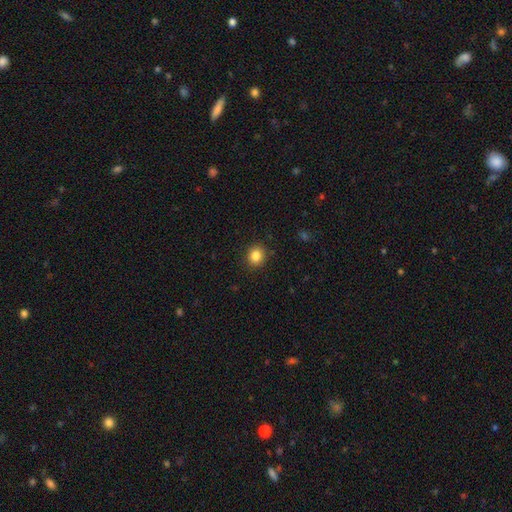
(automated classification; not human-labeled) Smooth or featured? Predicted: smooth (p=0.84). How rounded? Predicted: round (p=0.84). Merging? Predicted: none (p=0.90).